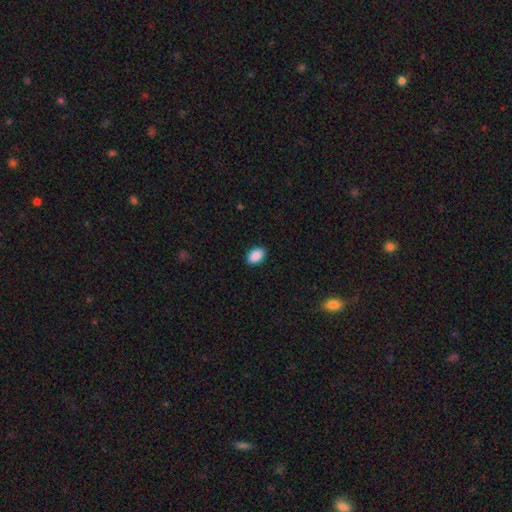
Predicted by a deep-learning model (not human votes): This appears to be a smooth galaxy with no disk features (90%) that is in between round and cigar-shaped (88%). Merging: none (89%).